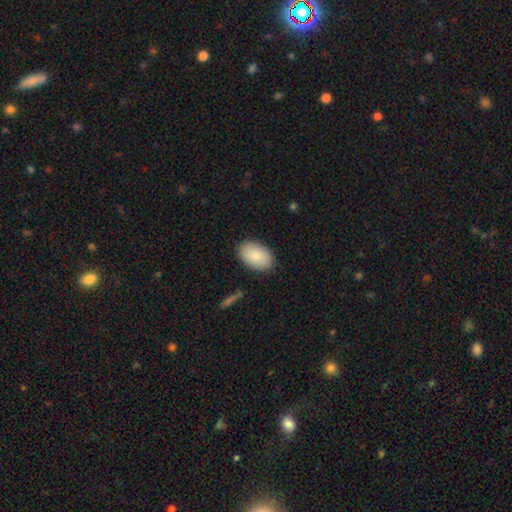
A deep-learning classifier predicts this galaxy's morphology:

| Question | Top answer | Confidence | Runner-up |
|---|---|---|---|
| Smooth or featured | smooth | 85% | featured or disk (9%) |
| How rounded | in between | 92% | round (7%) |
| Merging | none | 87% | minor disturbance (10%) |